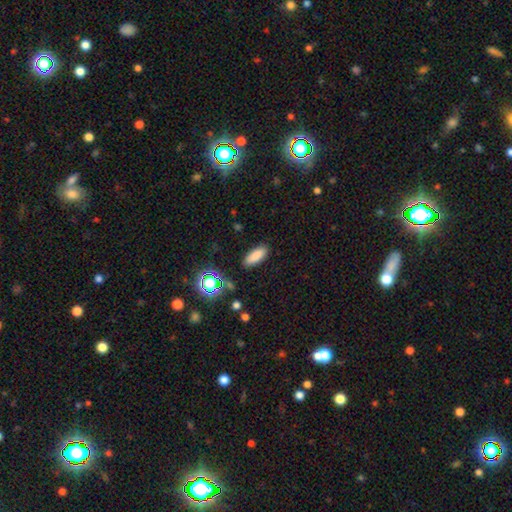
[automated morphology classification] type=smooth (82%); roundness=in between (76%); merging=none (86%).